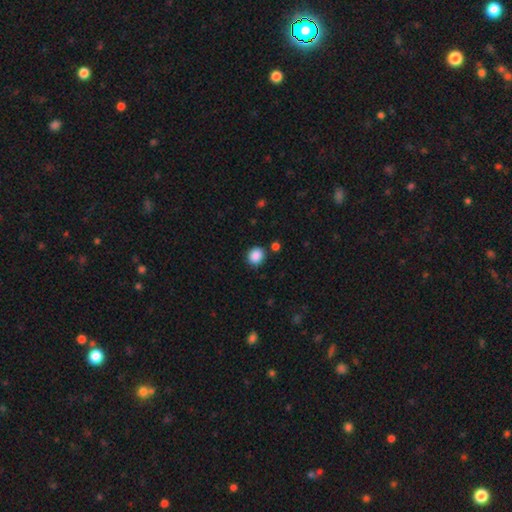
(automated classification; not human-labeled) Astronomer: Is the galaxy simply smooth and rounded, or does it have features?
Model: smooth — 88%.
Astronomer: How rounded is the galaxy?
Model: round — 73%.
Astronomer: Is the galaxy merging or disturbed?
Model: none — 84%.